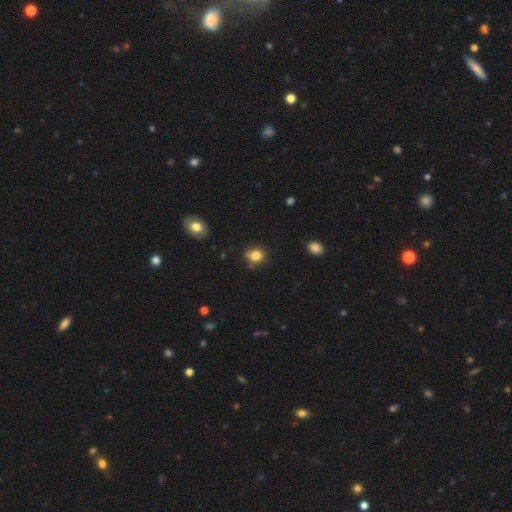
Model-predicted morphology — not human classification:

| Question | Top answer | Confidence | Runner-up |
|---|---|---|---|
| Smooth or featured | smooth | 80% | star or artifact (12%) |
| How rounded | round | 75% | in between (24%) |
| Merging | none | 67% | minor disturbance (21%) |